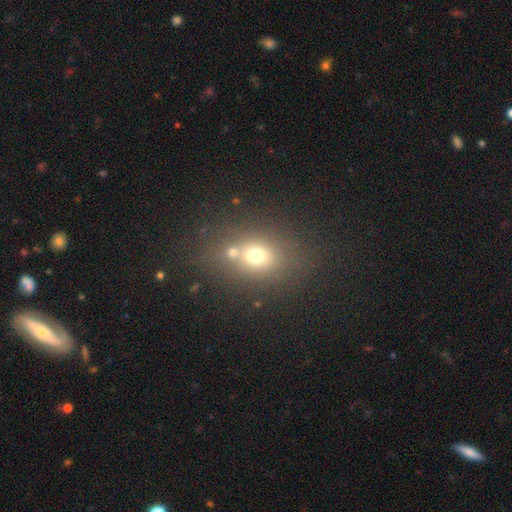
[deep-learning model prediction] A smooth galaxy with no disk features (66%) that is in between round and cigar-shaped (50%).

Vote fractions:
- Smooth or featured? smooth: 66% / star or artifact: 19% / featured or disk: 15%
- How rounded? in between: 50% / round: 48% / cigar-shaped: 2%
- Merging? none: 54% / merger: 29% / minor disturbance: 11% / major disturbance: 6%